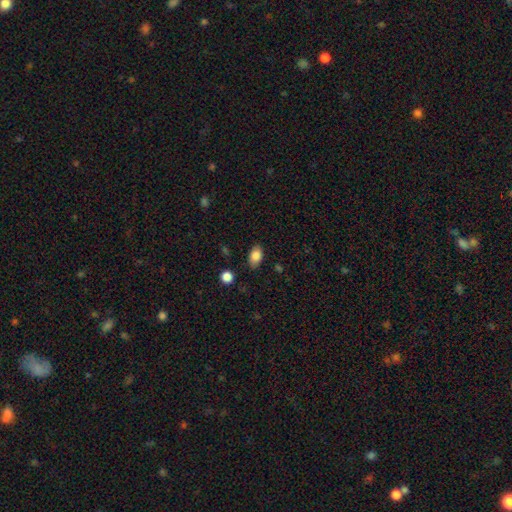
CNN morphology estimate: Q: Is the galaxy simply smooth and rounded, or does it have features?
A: smooth — 85%.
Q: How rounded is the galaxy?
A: in between — 90%.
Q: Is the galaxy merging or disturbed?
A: none — 85%.